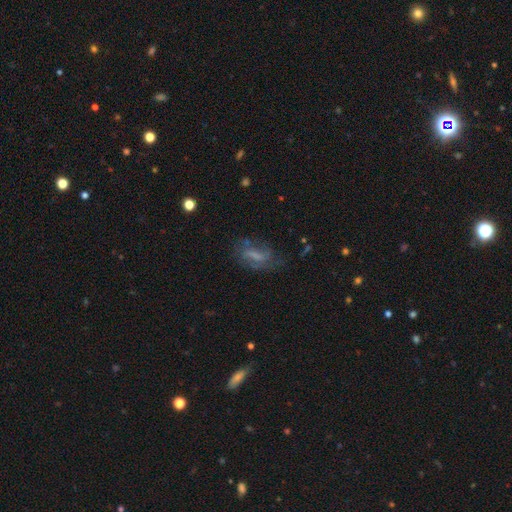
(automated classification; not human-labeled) Smooth or featured: featured or disk — 48% (smooth — 40%)
Merging: none — 53% (minor disturbance — 24%)